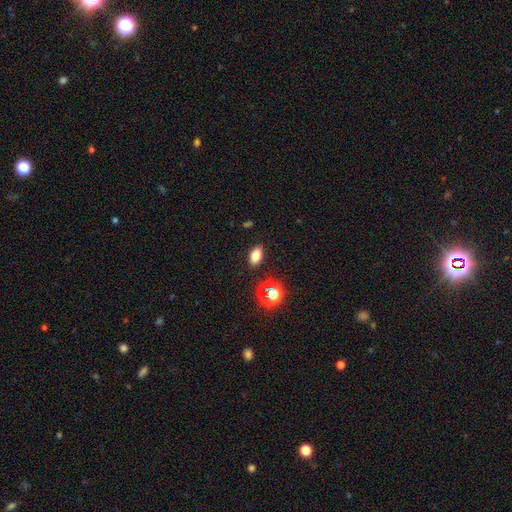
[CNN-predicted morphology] A smooth galaxy with no disk features (77%) that is in between round and cigar-shaped (86%). Merging: none (88%).